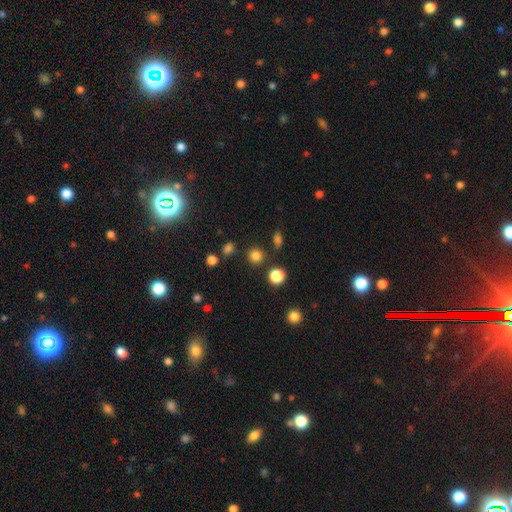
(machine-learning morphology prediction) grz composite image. It shows a smooth galaxy with no disk features (80%) that is round (90%). Merging: none (84%).